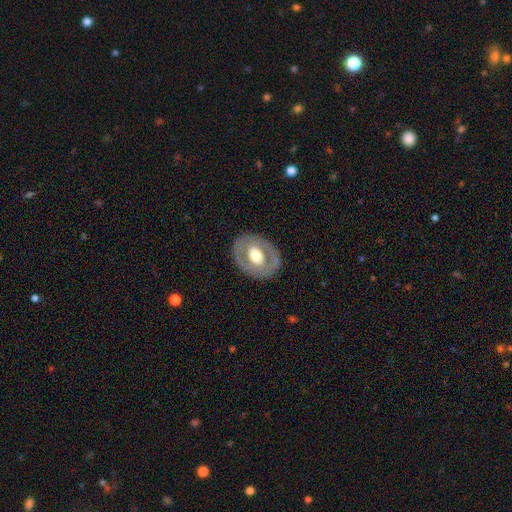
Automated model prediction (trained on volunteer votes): smooth-or-featured: featured or disk: 54% | smooth: 40% | star or artifact: 6%
  disk-edge-on: no: 93% | yes: 7%
  merging: none: 83% | minor disturbance: 11% | major disturbance: 5% | merger: 1%